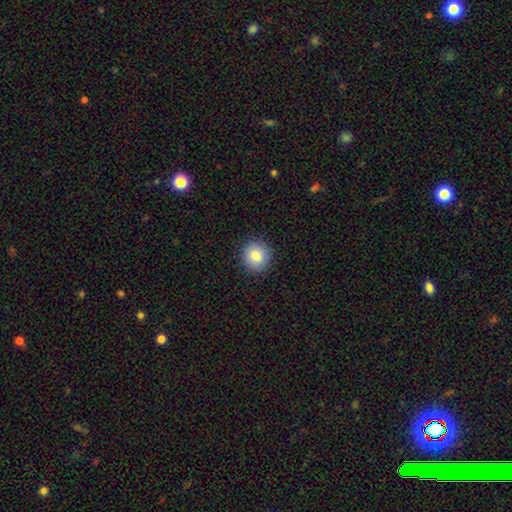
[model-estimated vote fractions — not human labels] smooth-or-featured: smooth: 83% | star or artifact: 9% | featured or disk: 8%
  how-rounded: round: 89% | in between: 10% | cigar-shaped: 1%
  merging: none: 91% | minor disturbance: 6% | major disturbance: 2% | merger: 1%